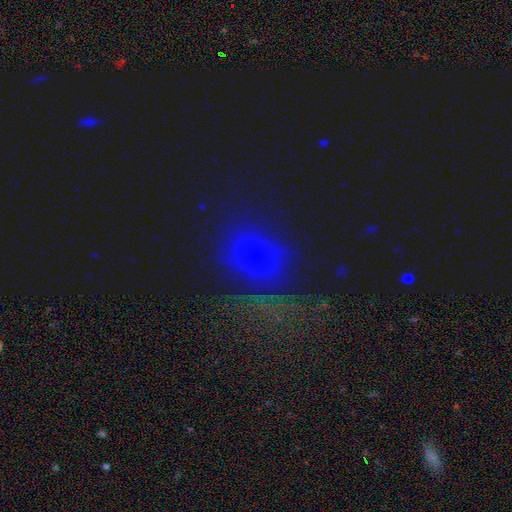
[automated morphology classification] A smooth galaxy with no disk features (61%) that is round (54%). Merging: none (72%).